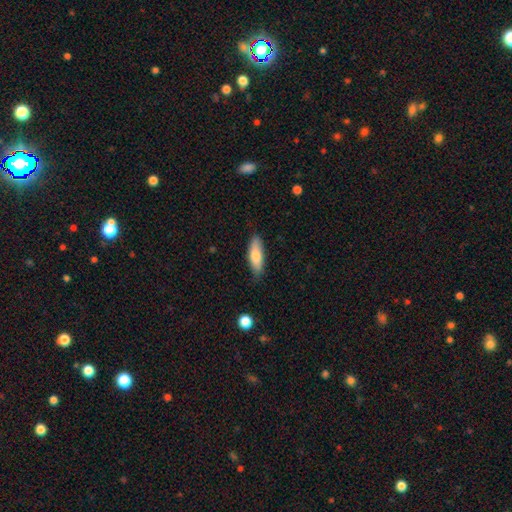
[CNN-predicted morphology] Smooth or featured: smooth — 75% (featured or disk — 19%)
How rounded: in between — 51% (cigar-shaped — 47%)
Merging: none — 82% (minor disturbance — 14%)